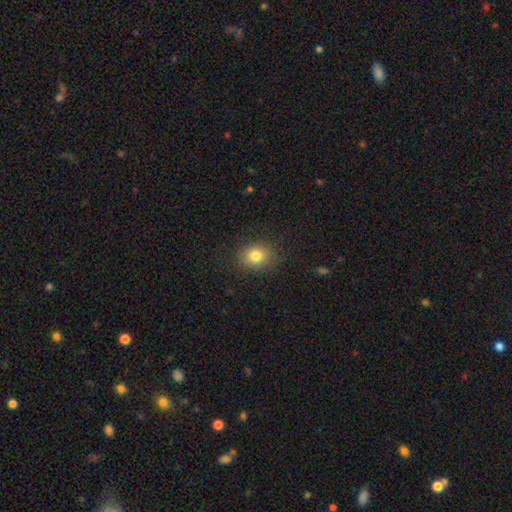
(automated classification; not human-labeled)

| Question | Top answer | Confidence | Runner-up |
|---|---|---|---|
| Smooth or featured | smooth | 80% | star or artifact (12%) |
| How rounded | round | 58% | in between (41%) |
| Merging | none | 86% | minor disturbance (10%) |